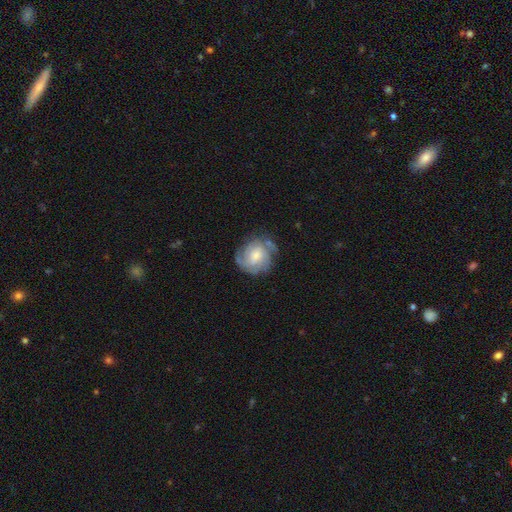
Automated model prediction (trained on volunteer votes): Morphology: type=featured or disk (64%); edge-on=no (98%); bar=no (63%); spiral arms=yes (85%); winding=tight (54%); arm count=can't tell (39%); bulge=small (44%); merging=none (64%).